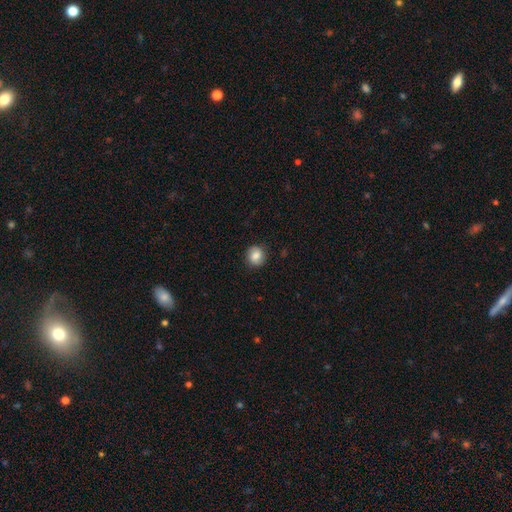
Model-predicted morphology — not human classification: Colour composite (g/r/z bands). It shows a smooth galaxy with no disk features (75%) that is round (84%). Merging: none (86%).